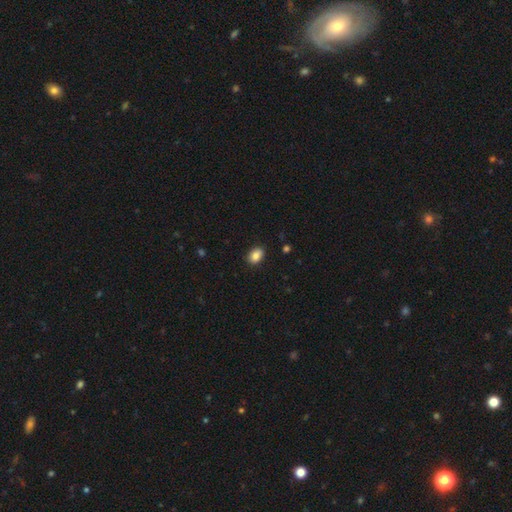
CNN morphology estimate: Smooth or featured?
  - smooth: 85% *
  - star or artifact: 8%
  - featured or disk: 6%
How rounded?
  - in between: 74% *
  - round: 25%
  - cigar-shaped: 1%
Merging?
  - none: 87% *
  - minor disturbance: 10%
  - major disturbance: 2%
  - merger: 1%